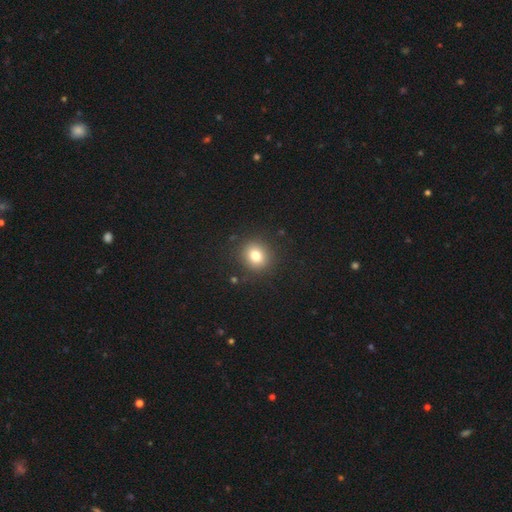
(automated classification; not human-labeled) Smooth or featured? smooth (79%)
How rounded? round (83%)
Merging? none (88%)